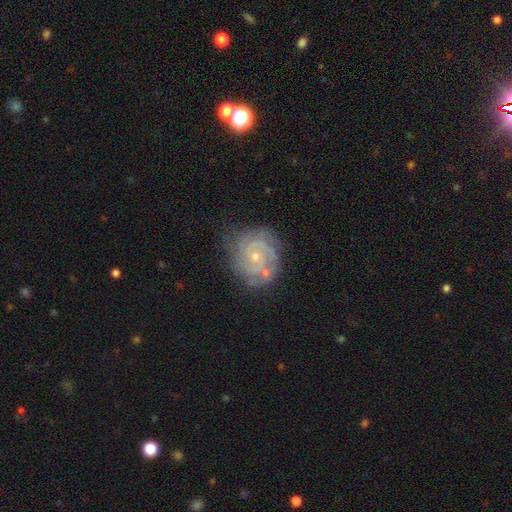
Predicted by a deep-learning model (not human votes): Morphology: type=featured or disk (86%); edge-on=no (98%); bar=no (71%); spiral arms=yes (97%); winding=tight (71%); arm count=2 (32%); bulge=small (69%); merging=none (71%).